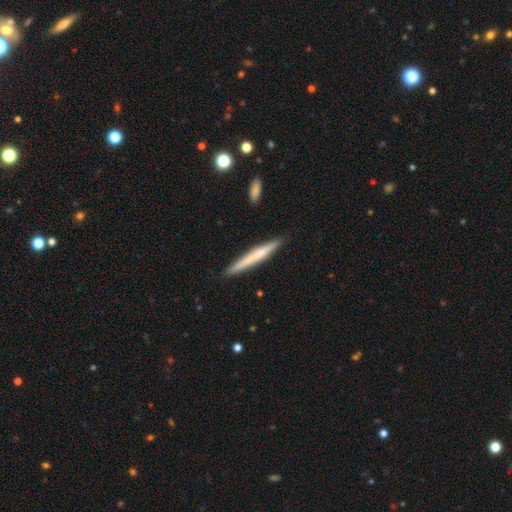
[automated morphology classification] Smooth or featured? smooth (53%)
How rounded? cigar-shaped (96%)
Merging? none (89%)